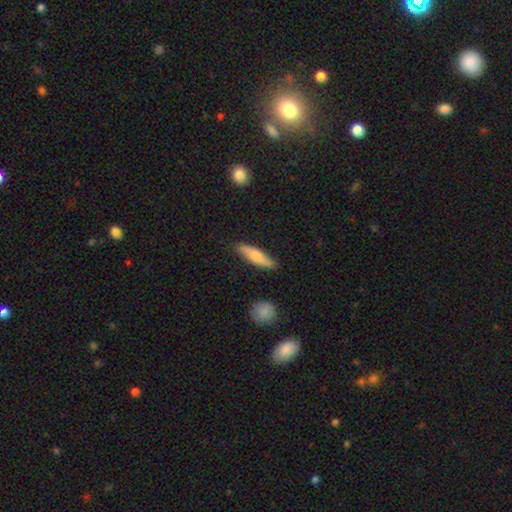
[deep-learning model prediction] A smooth galaxy with no disk features (70%) that is cigar-shaped (67%). Merging: none (83%).